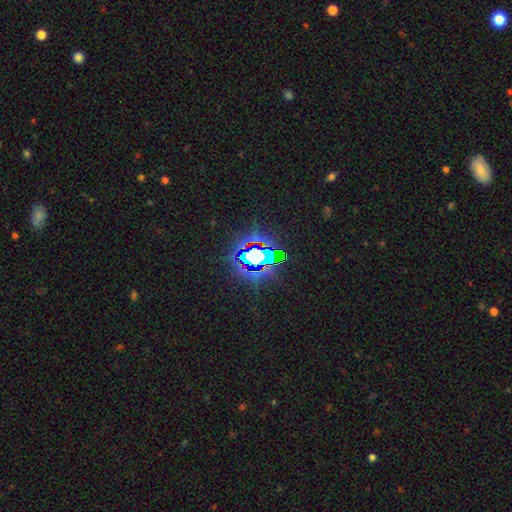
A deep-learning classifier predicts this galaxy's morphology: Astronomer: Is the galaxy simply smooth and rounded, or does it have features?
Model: star or artifact — 83%.